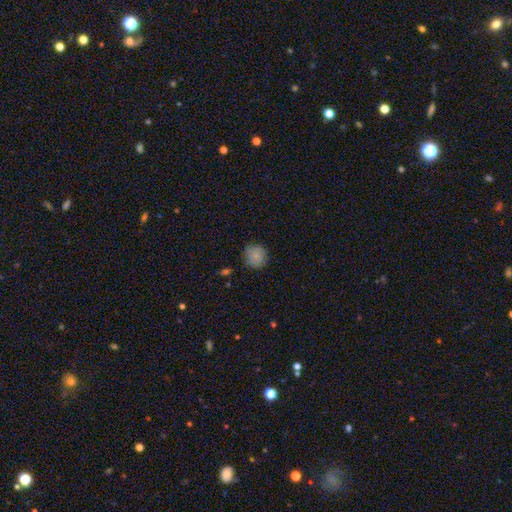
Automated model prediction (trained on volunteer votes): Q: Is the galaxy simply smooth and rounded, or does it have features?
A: smooth — 82%.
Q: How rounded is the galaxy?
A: round — 89%.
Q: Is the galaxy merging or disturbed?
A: none — 81%.